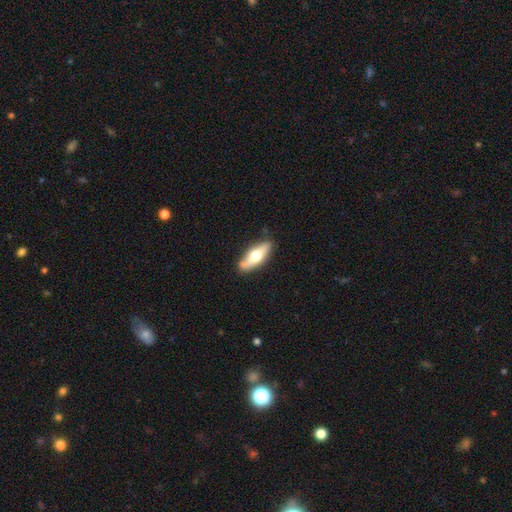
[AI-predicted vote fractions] Smooth or featured: smooth — 49% (featured or disk — 46%)
Merging: none — 84% (minor disturbance — 12%)